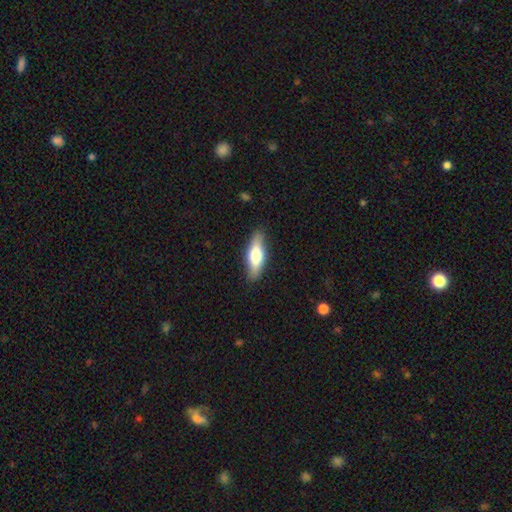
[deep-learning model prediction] Q: Smooth or featured?
A: smooth (61%); runner-up: featured or disk (34%)
Q: How rounded?
A: in between (51%); runner-up: cigar-shaped (46%)
Q: Merging?
A: none (86%); runner-up: minor disturbance (11%)